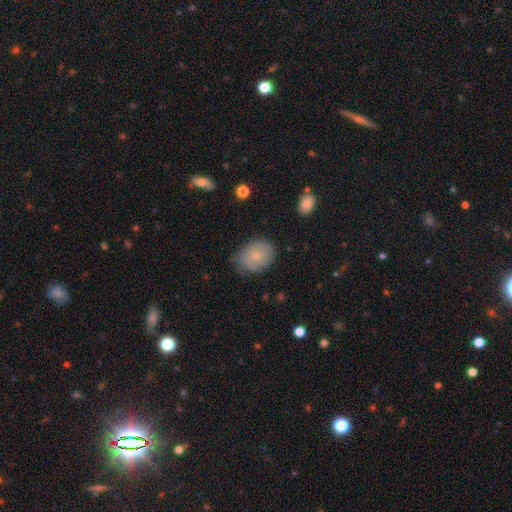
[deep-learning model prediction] Smooth or featured? smooth (72%)
How rounded? in between (61%)
Merging? none (72%)